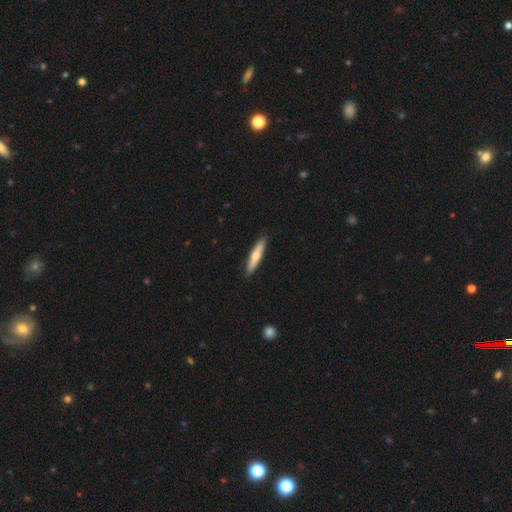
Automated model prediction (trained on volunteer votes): smooth 54%, featured or disk 41%, star or artifact 5%. Down the decision tree: how rounded — cigar-shaped (88%); merging — none (91%).